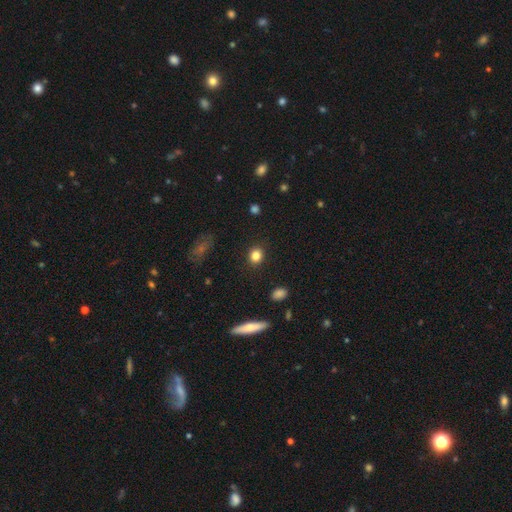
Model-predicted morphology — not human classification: Smooth or featured? smooth (84%)
How rounded? round (79%)
Merging? none (90%)